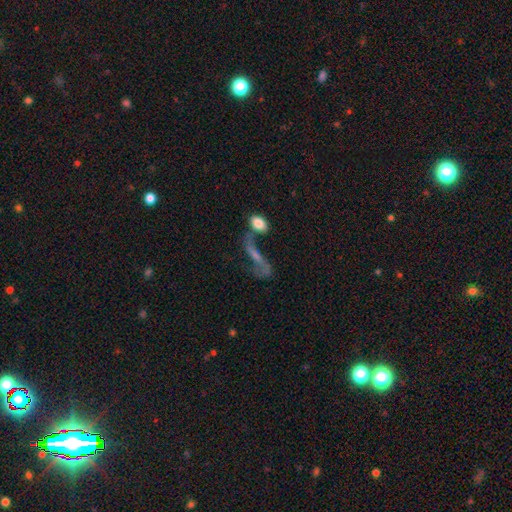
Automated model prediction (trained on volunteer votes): Smooth or featured? featured or disk (58%)
Edge-on disk? no (81%)
Merging? merger (37%)